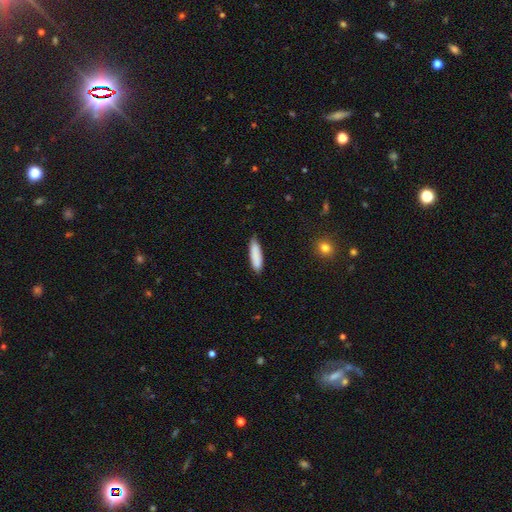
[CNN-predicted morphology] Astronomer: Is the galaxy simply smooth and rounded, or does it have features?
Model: smooth — 87%.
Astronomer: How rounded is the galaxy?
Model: cigar-shaped — 63%.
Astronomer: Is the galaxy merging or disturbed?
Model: none — 82%.